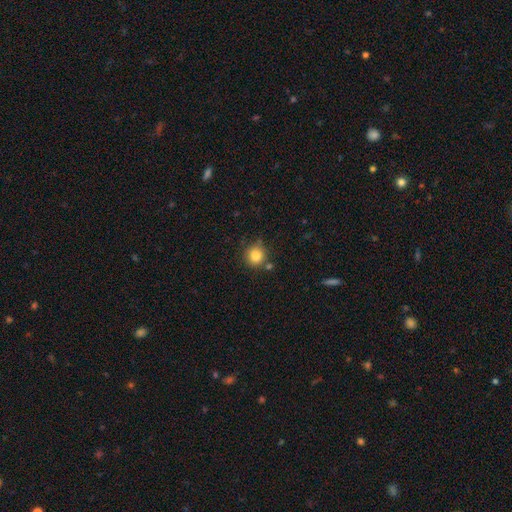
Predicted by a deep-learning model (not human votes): A smooth galaxy with no disk features (82%) that is round (92%).

Vote fractions:
- Smooth or featured? smooth: 82% / star or artifact: 11% / featured or disk: 7%
- How rounded? round: 92% / in between: 7% / cigar-shaped: 1%
- Merging? none: 78% / minor disturbance: 11% / merger: 8% / major disturbance: 3%